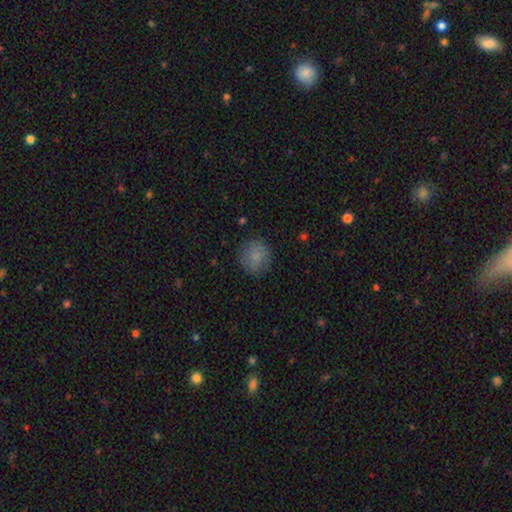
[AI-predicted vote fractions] Overall: smooth (82%). How rounded: round (86%). Merging: none (83%).